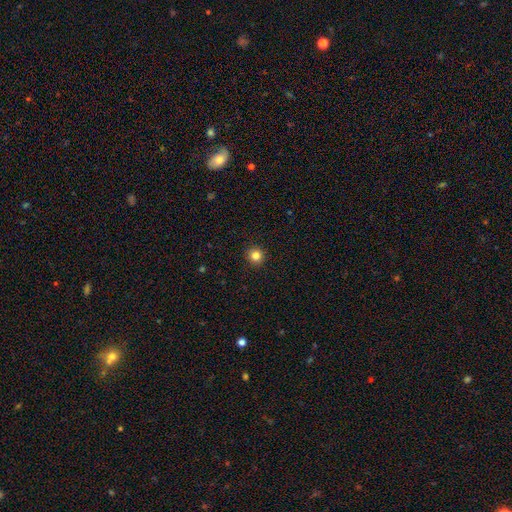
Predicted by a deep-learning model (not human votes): Overall: smooth (83%). How rounded: round (94%). Merging: none (93%).